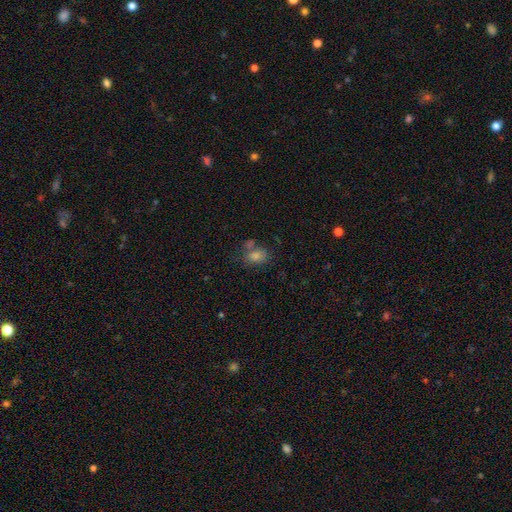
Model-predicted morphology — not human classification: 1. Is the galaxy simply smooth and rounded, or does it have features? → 70% smooth, 20% star or artifact, 10% featured or disk.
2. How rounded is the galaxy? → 62% in between, 37% round, 2% cigar-shaped.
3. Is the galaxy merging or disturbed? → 63% none, 17% merger, 14% minor disturbance, 6% major disturbance.